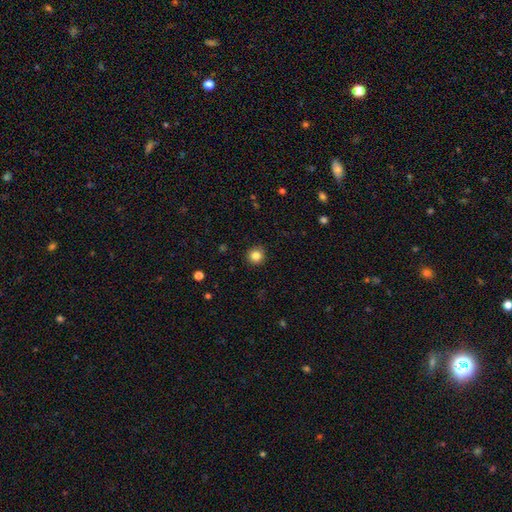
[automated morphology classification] type=smooth (83%); roundness=round (94%); merging=none (91%).